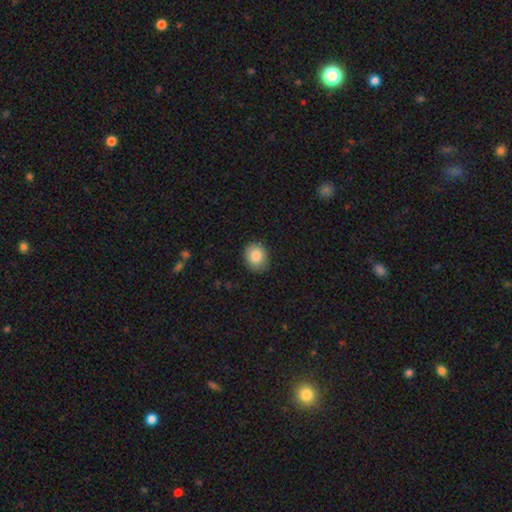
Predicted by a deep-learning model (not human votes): Smooth or featured? Predicted: smooth (p=0.87). How rounded? Predicted: round (p=0.57). Merging? Predicted: none (p=0.85).